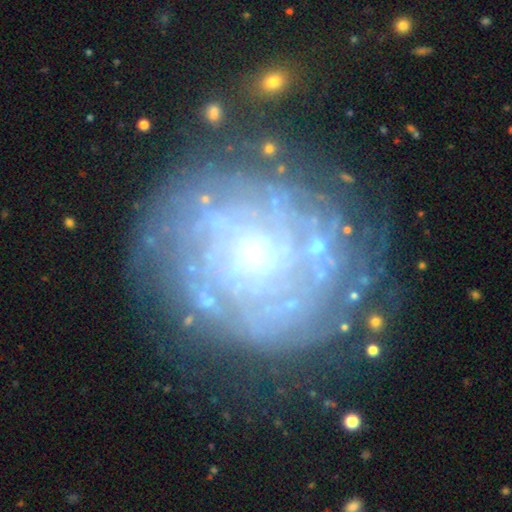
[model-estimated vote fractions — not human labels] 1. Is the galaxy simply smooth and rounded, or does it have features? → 78% featured or disk, 14% smooth, 9% star or artifact.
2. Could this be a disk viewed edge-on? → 97% no, 3% yes.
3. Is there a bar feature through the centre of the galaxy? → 76% no, 19% weak, 5% strong.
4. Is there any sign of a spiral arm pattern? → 81% yes, 19% no.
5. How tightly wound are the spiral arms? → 74% tight, 19% medium, 7% loose.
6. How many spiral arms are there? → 52% can't tell, 12% more than 4, 10% 2, 10% 4, 9% 3, 6% 1.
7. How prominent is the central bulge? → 56% small, 28% moderate, 8% none, 6% large, 2% dominant.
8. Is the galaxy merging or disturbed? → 74% none, 15% minor disturbance, 8% major disturbance, 3% merger.